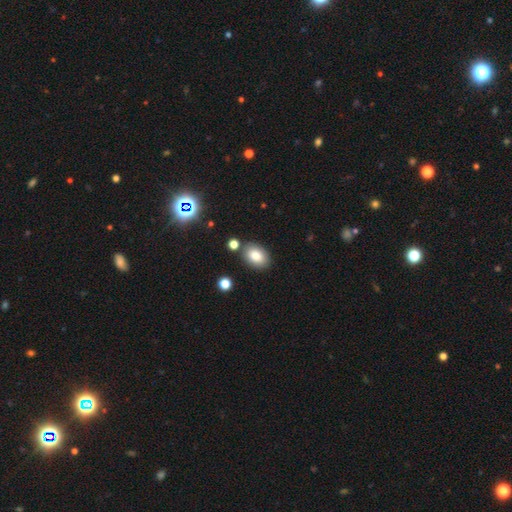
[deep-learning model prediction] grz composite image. It shows a smooth galaxy with no disk features (84%) that is in between round and cigar-shaped (83%). Merging: none (80%).